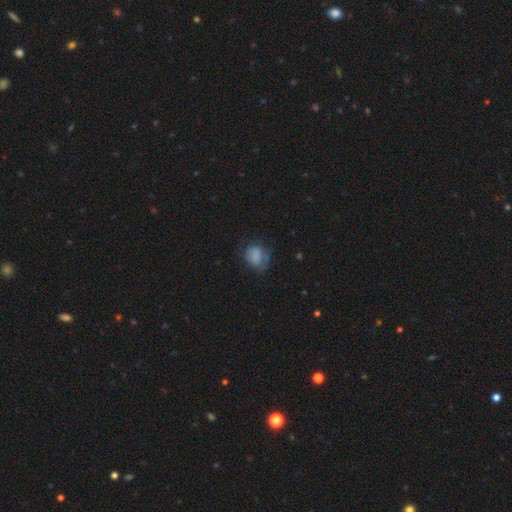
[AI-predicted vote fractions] A smooth galaxy with no disk features (77%) that is round (58%). Merging: none (55%).